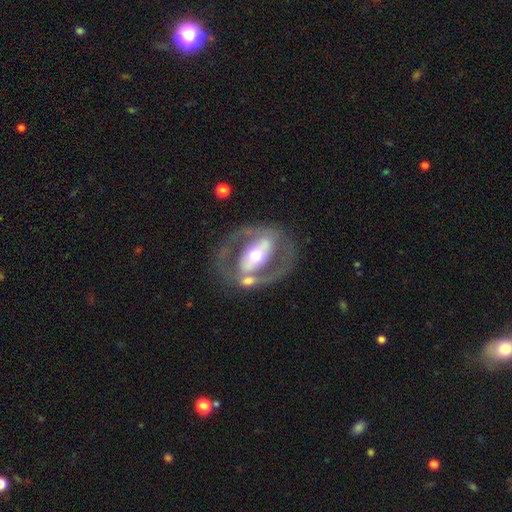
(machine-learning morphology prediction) Smooth or featured? featured or disk (80%)
Edge-on disk? no (93%)
Bar? strong (55%)
Spiral arms? yes (55%)
Bulge size? moderate (69%)
Merging? none (64%)